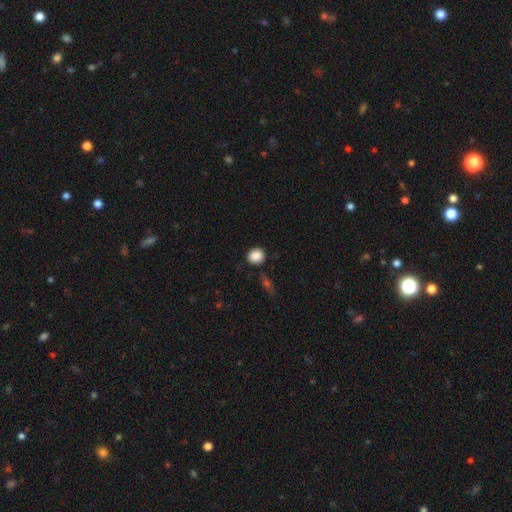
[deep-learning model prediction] This is clearly a smooth galaxy (87%). How rounded: clearly round (87%). Merging: clearly none (87%).